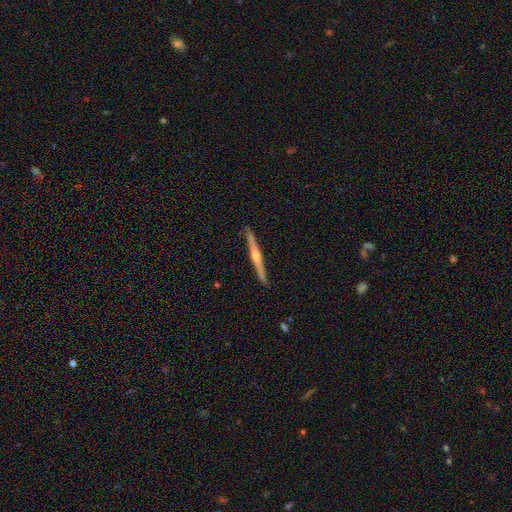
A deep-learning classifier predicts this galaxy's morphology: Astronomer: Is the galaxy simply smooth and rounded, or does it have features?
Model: featured or disk — 76%.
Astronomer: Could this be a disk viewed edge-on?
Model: yes — 98%.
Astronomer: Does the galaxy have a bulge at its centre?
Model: rounded — 82%.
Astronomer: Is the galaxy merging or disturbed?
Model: none — 90%.